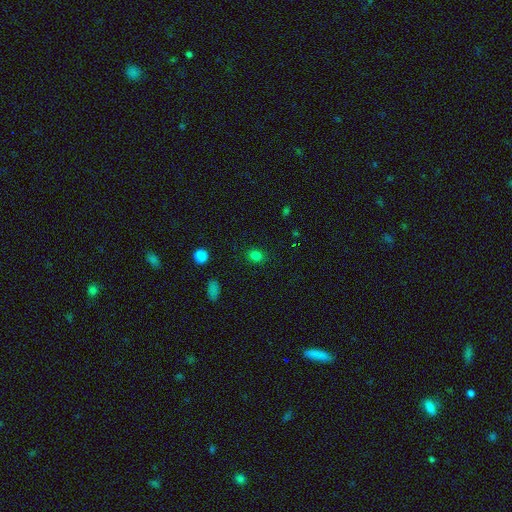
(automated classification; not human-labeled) smooth_or_featured: smooth (p=0.81) [alt: star or artifact p=0.15]
how_rounded: in between (p=0.51) [alt: round p=0.48]
merging: none (p=0.88) [alt: minor disturbance p=0.08]